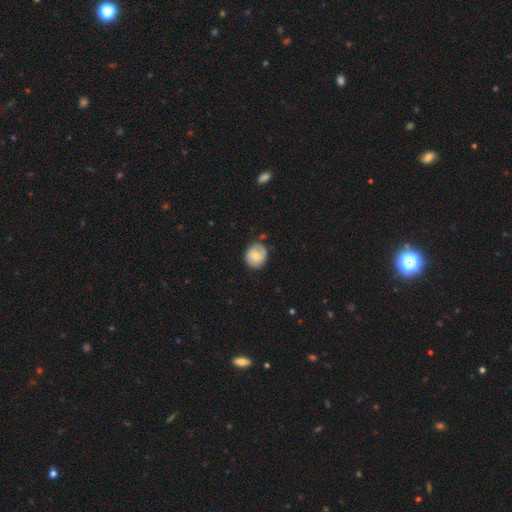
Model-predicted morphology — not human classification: type=smooth (70%); roundness=round (75%); merging=none (70%).